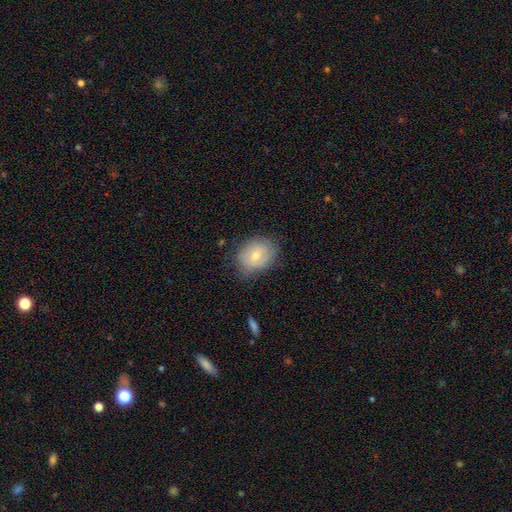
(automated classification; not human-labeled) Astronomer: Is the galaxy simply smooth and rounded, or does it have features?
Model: smooth — 64%.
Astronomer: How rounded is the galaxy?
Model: in between — 60% (runner-up: round, 39%).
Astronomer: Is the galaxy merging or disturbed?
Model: none — 73%.